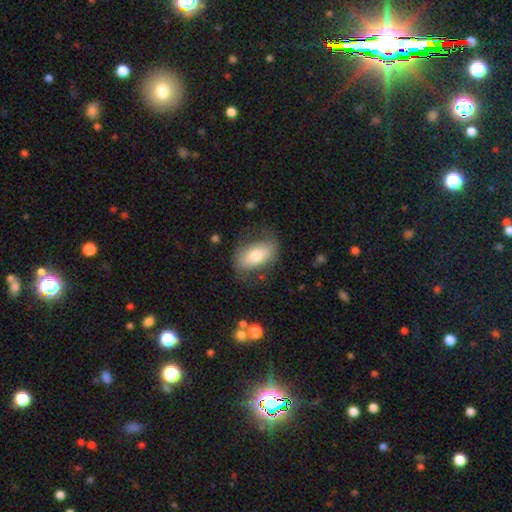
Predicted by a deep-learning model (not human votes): This is likely a smooth galaxy (61%). How rounded: clearly in between (89%). Merging: likely none (68%).